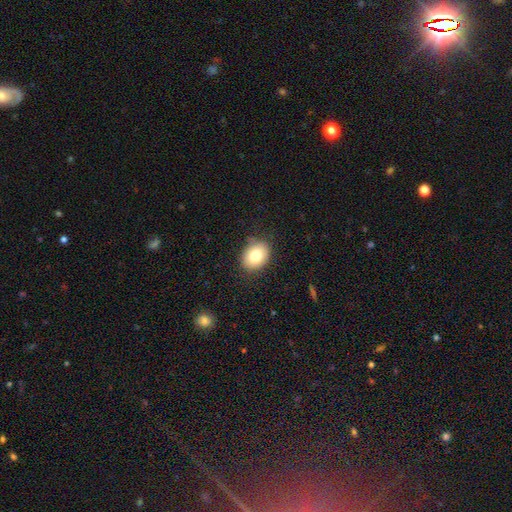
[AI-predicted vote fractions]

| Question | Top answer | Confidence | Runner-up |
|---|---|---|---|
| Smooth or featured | smooth | 81% | featured or disk (11%) |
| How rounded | in between | 67% | round (32%) |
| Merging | none | 83% | minor disturbance (13%) |